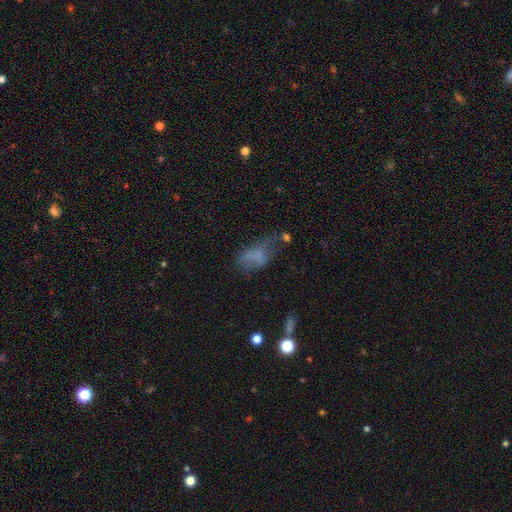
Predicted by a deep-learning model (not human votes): A smooth galaxy with no disk features (57%) that is in between round and cigar-shaped (85%).

Vote fractions:
- Smooth or featured? smooth: 57% / featured or disk: 27% / star or artifact: 16%
- How rounded? in between: 85% / cigar-shaped: 8% / round: 8%
- Merging? none: 35% / major disturbance: 31% / minor disturbance: 27% / merger: 8%